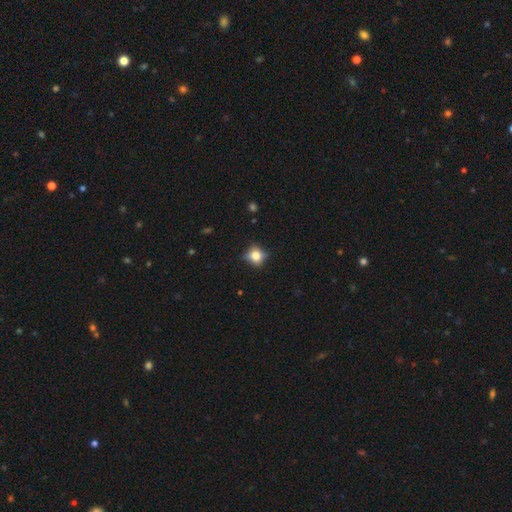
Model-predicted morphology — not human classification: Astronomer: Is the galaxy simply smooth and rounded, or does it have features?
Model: smooth — 72%.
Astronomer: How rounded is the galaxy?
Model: round — 79%.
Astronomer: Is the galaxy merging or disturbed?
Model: none — 72%.